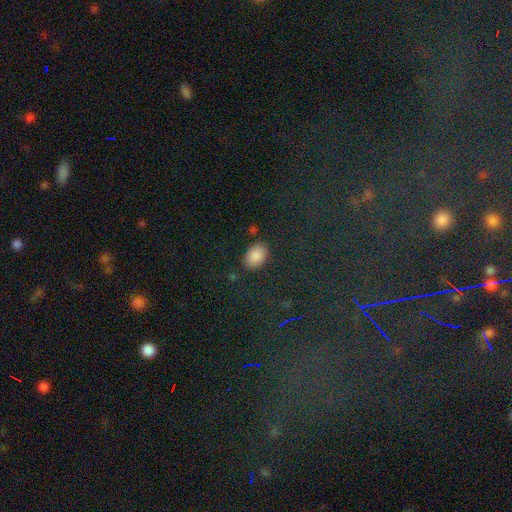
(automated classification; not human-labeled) A smooth galaxy with no disk features (86%) that is in between round and cigar-shaped (82%).

Vote fractions:
- Smooth or featured? smooth: 86% / star or artifact: 9% / featured or disk: 5%
- How rounded? in between: 82% / round: 17% / cigar-shaped: 1%
- Merging? none: 83% / minor disturbance: 12% / major disturbance: 3% / merger: 2%